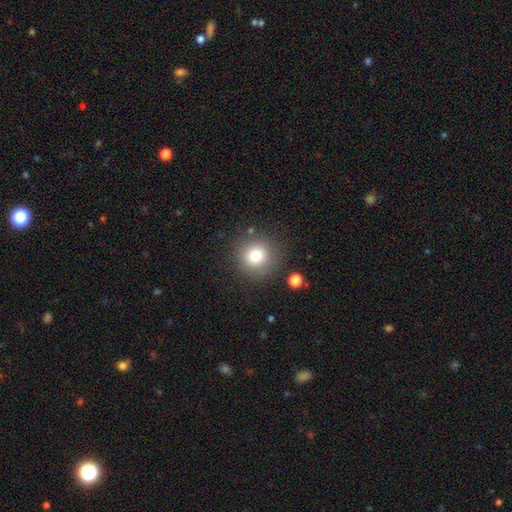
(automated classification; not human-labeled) smooth-or-featured: smooth: 78% | star or artifact: 12% | featured or disk: 10%
  how-rounded: round: 93% | in between: 6% | cigar-shaped: 1%
  merging: none: 84% | minor disturbance: 9% | major disturbance: 4% | merger: 3%